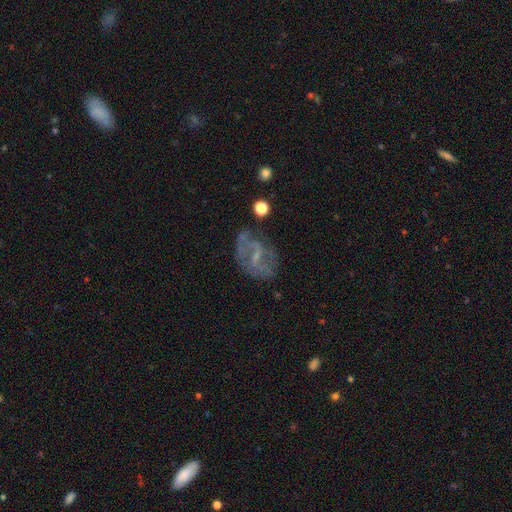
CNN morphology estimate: This appears to be a featured or disk galaxy (65%) with a weak bar (47%), spiral arms (56%) and a small central bulge (53%). Merging: none (55%).